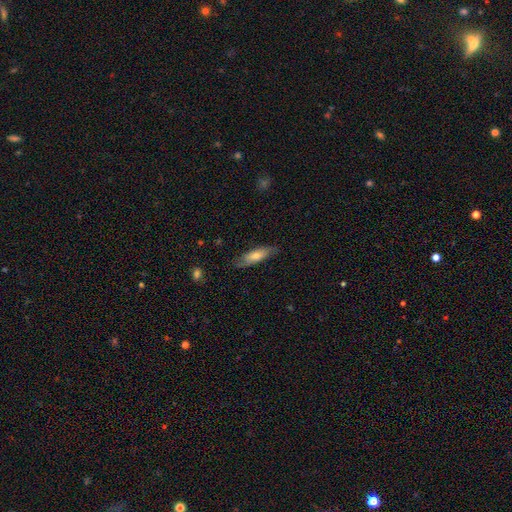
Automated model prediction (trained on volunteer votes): Smooth or featured? smooth (54%)
How rounded? cigar-shaped (59%)
Merging? none (78%)